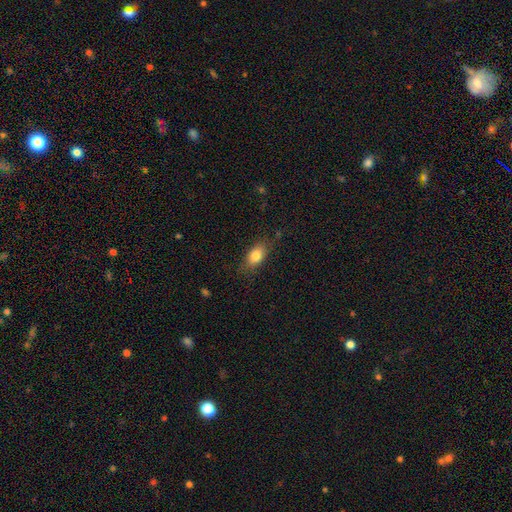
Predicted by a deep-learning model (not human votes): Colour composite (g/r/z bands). It shows a smooth galaxy with no disk features (81%) that is in between round and cigar-shaped (83%). Merging: none (79%).